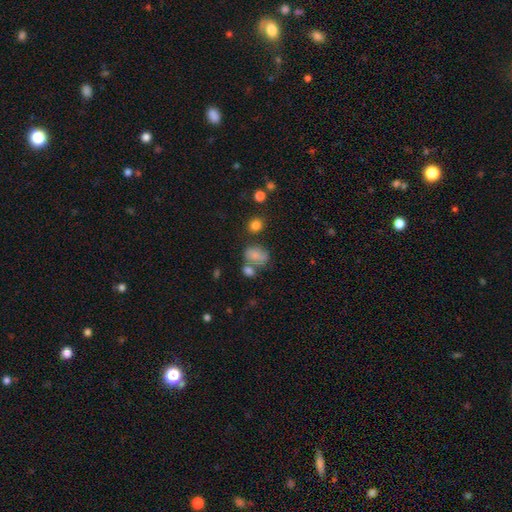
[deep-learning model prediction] The model was most divided on "merging": none: 42%, merger: 30%, minor disturbance: 19%, major disturbance: 9%. More confident: smooth or featured — smooth (75%); how rounded — in between (62%).